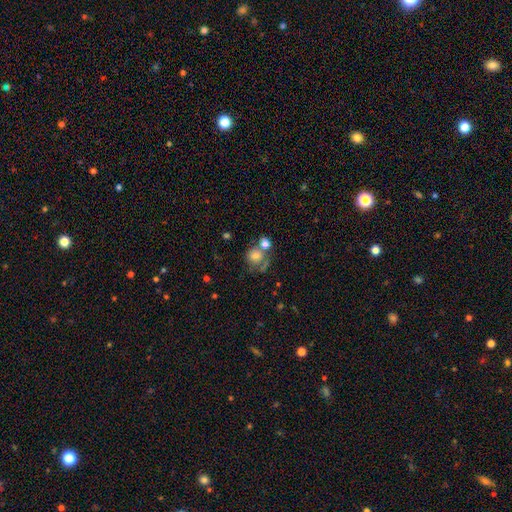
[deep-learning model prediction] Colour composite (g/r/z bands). It shows a smooth galaxy with no disk features (70%) that is round (75%). Merging: merger (39%).